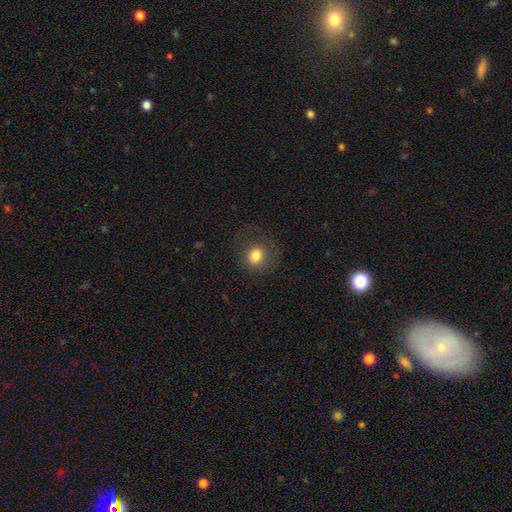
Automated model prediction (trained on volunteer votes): smooth-or-featured: smooth: 80% | star or artifact: 11% | featured or disk: 9%
  how-rounded: round: 78% | in between: 21% | cigar-shaped: 1%
  merging: none: 76% | minor disturbance: 14% | major disturbance: 9% | merger: 1%